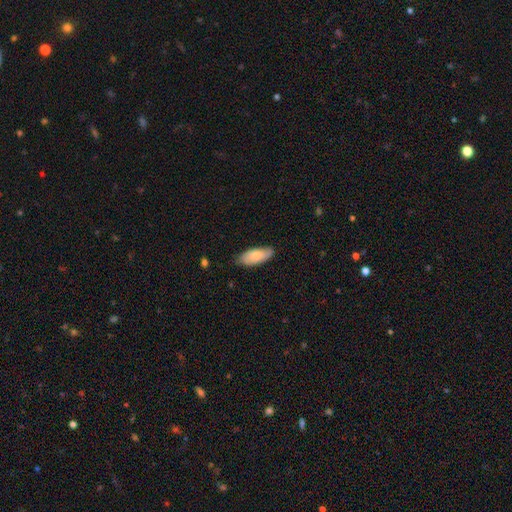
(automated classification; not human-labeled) Smooth or featured? Predicted: smooth (p=0.76). How rounded? Predicted: in between (p=0.82). Merging? Predicted: none (p=0.79).